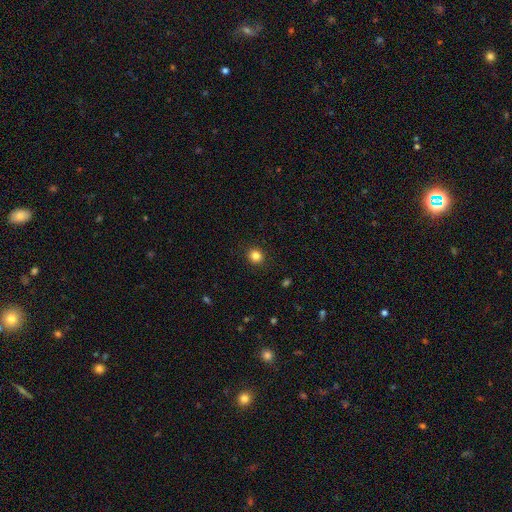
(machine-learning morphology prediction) smooth_or_featured: smooth (p=0.83) [alt: star or artifact p=0.12]
how_rounded: round (p=0.89) [alt: in between p=0.10]
merging: none (p=0.92) [alt: minor disturbance p=0.05]